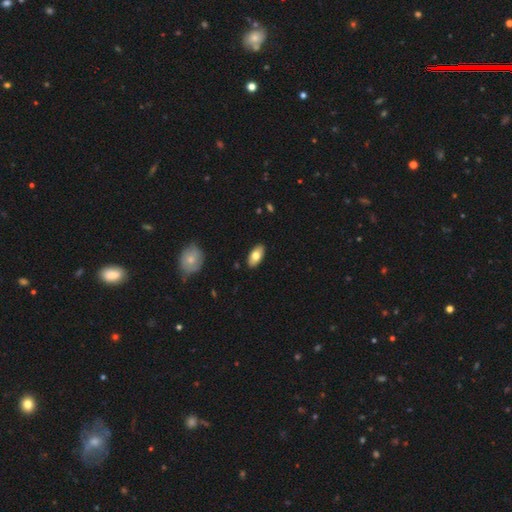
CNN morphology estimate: smooth_or_featured: smooth (p=0.74) [alt: featured or disk p=0.20]
how_rounded: in between (p=0.92) [alt: cigar-shaped p=0.05]
merging: none (p=0.89) [alt: minor disturbance p=0.08]